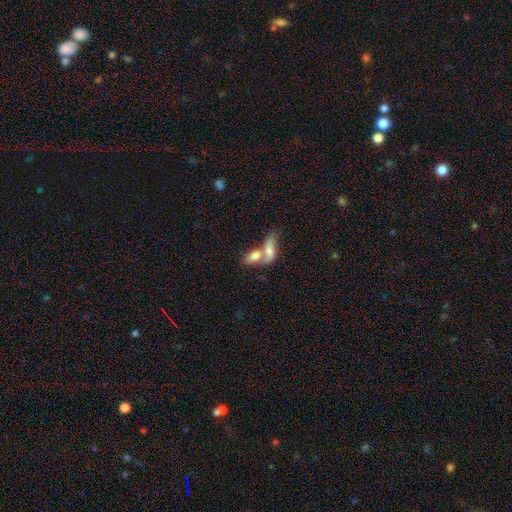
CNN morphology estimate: This is likely a smooth galaxy (69%). How rounded: clearly in between (82%). Merging: likely merger (73%).